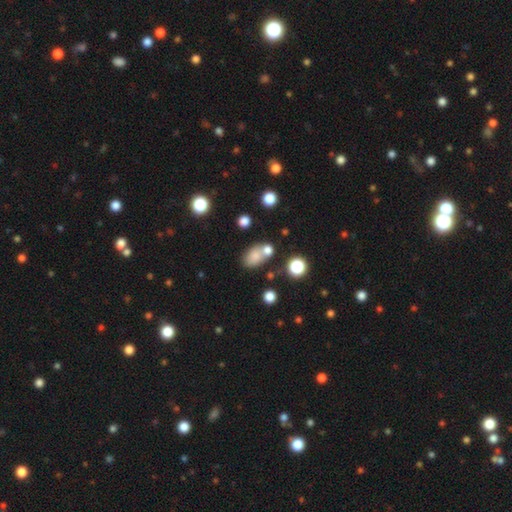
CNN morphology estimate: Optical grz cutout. It shows a smooth galaxy with no disk features (75%) that is in between round and cigar-shaped (79%). Merging: none (48%).